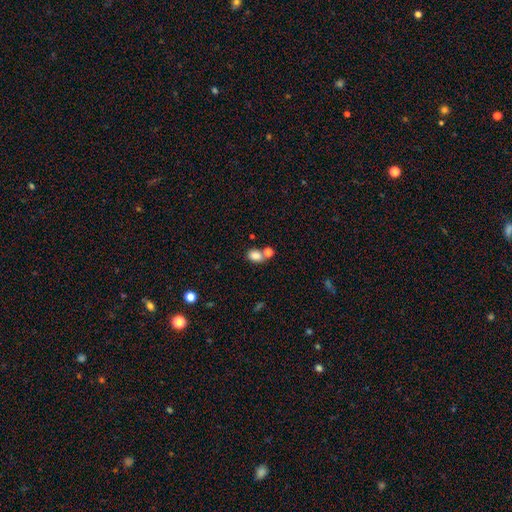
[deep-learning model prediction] This appears to be a smooth galaxy with no disk features (82%) that is in between round and cigar-shaped (65%). Merging: none (56%).